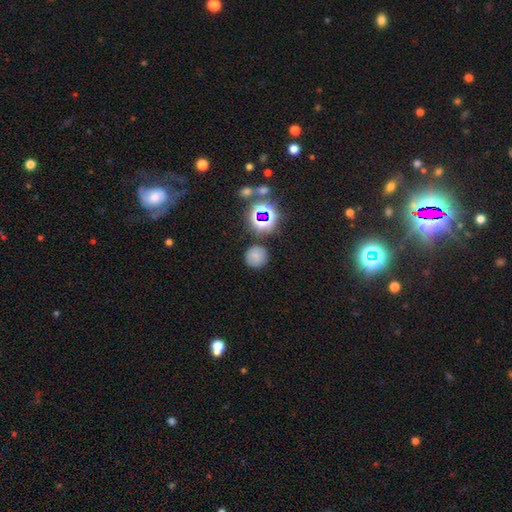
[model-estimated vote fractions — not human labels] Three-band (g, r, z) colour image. It shows a smooth galaxy with no disk features (70%) that is round (92%). Merging: none (83%).